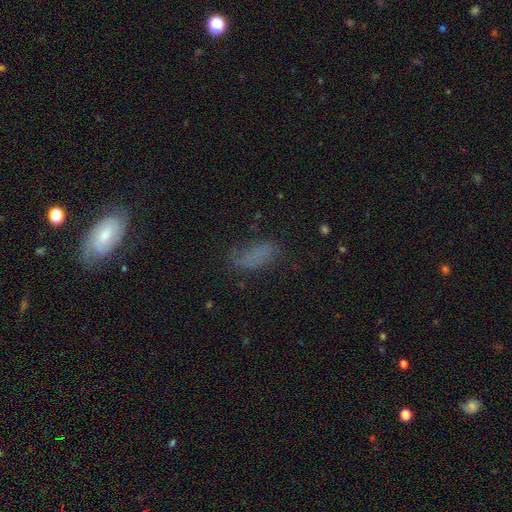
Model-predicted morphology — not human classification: This is likely a smooth galaxy (64%). How rounded: clearly in between (82%). Merging: possibly none (54%).